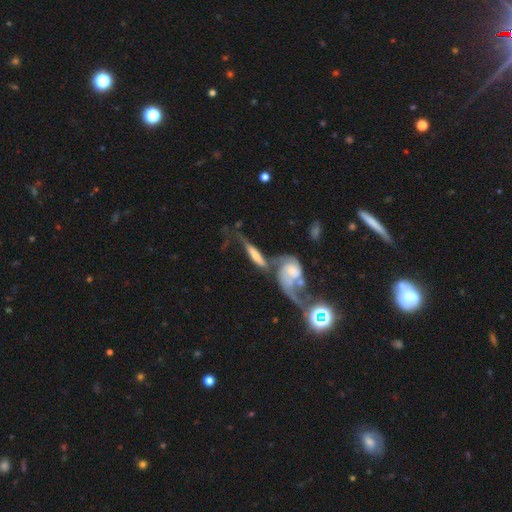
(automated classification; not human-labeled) Q: Smooth or featured?
A: featured or disk (59%); runner-up: smooth (32%)
Q: Edge-on disk?
A: no (58%); runner-up: yes (42%)
Q: Merging?
A: merger (59%); runner-up: none (16%)